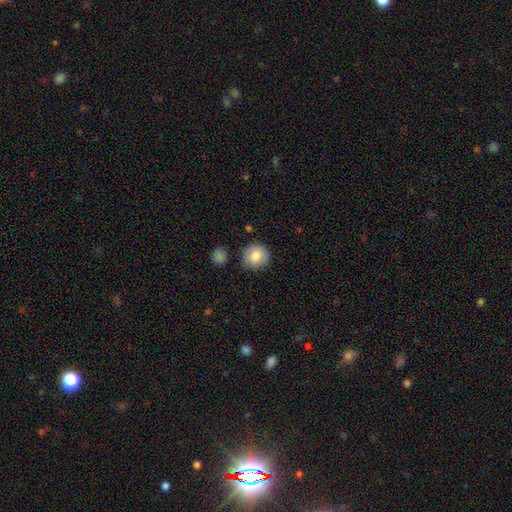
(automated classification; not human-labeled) A smooth galaxy with no disk features (86%) that is round (92%).

Vote fractions:
- Smooth or featured? smooth: 86% / star or artifact: 8% / featured or disk: 6%
- How rounded? round: 92% / in between: 7% / cigar-shaped: 1%
- Merging? none: 87% / minor disturbance: 8% / merger: 3% / major disturbance: 2%